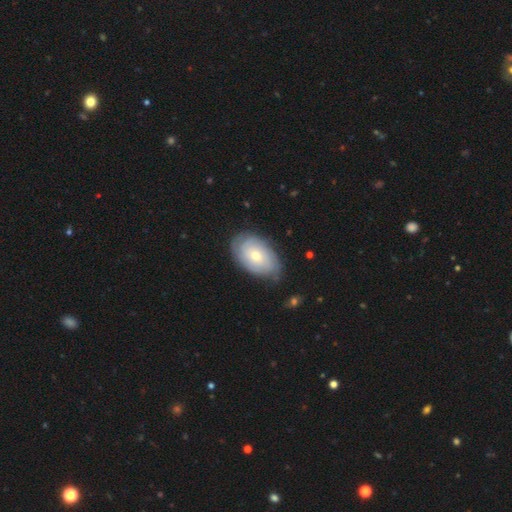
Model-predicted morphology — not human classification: A featured or disk galaxy (65%) with no bar (77%), tight (76%) spiral arms (86%) and a moderate central bulge (50%). Merging: none (77%).